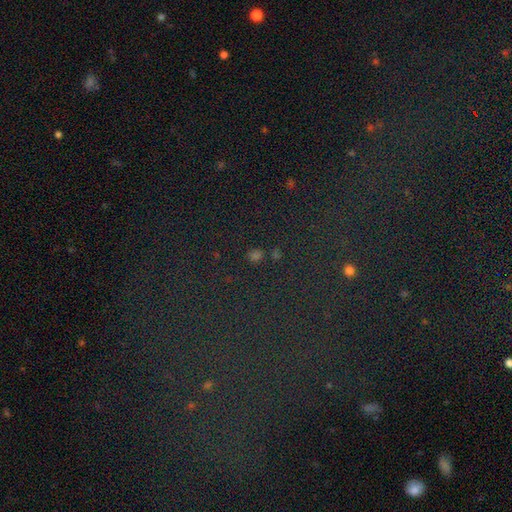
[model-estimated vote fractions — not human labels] A star or artifact, not a galaxy (50%).

Vote fractions:
- Smooth or featured? star or artifact: 50% / smooth: 42% / featured or disk: 8%